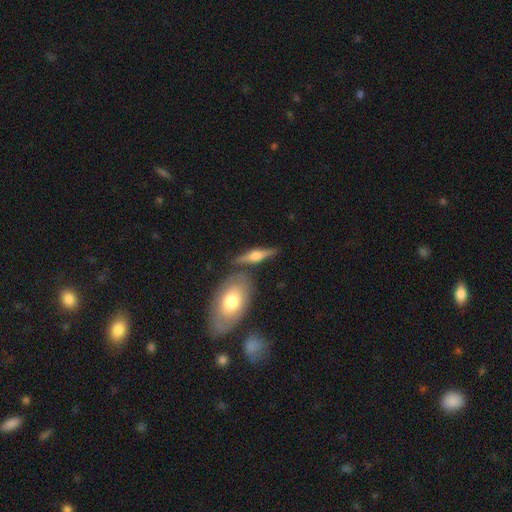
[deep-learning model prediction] A featured or disk galaxy (63%) viewed edge-on (94%) with a rounded central bulge (91%). Merging: none (73%).